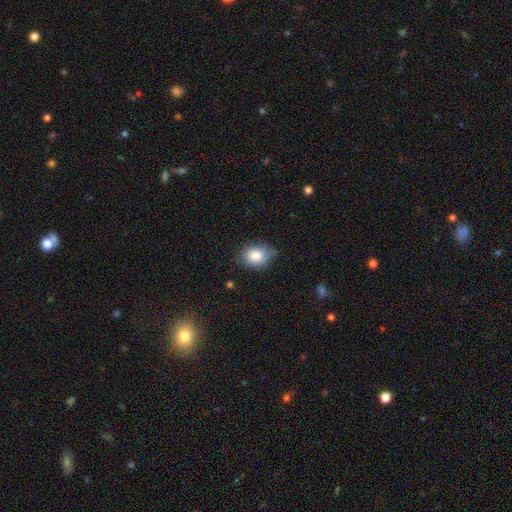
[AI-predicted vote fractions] Morphology: type=smooth (83%); roundness=in between (68%); merging=none (70%).